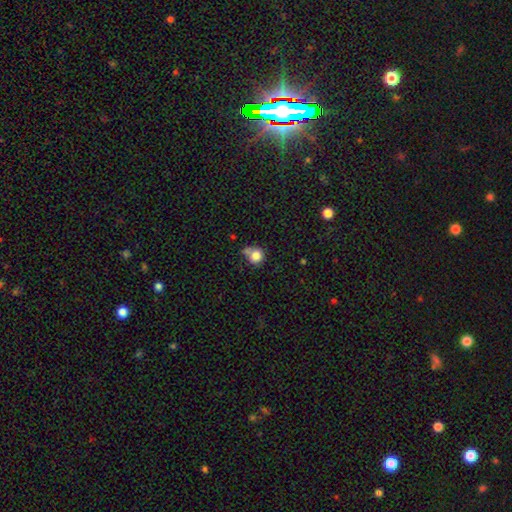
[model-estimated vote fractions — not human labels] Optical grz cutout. It shows a smooth galaxy with no disk features (82%) that is round (81%). Merging: none (47%).